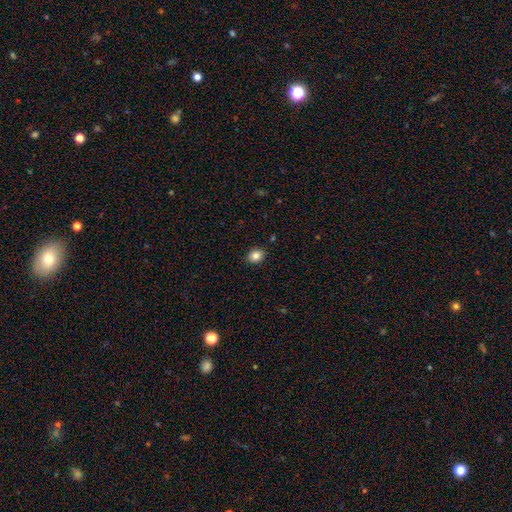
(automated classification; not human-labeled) Overall: smooth (85%). How rounded: in between (53%; round 46%). Merging: none (89%).